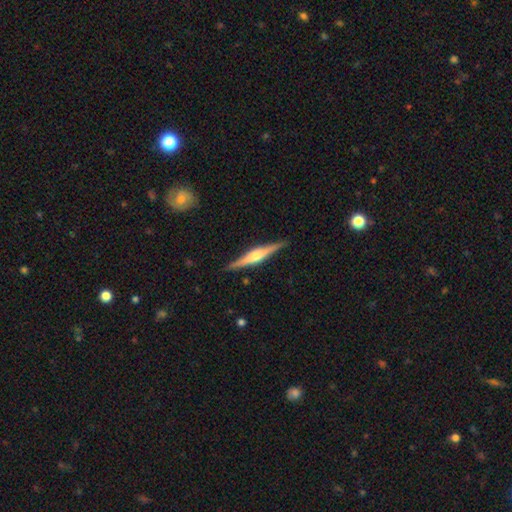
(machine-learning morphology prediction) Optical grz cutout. It shows a featured or disk galaxy (75%) viewed edge-on (98%) with a rounded central bulge (84%). Merging: none (90%).